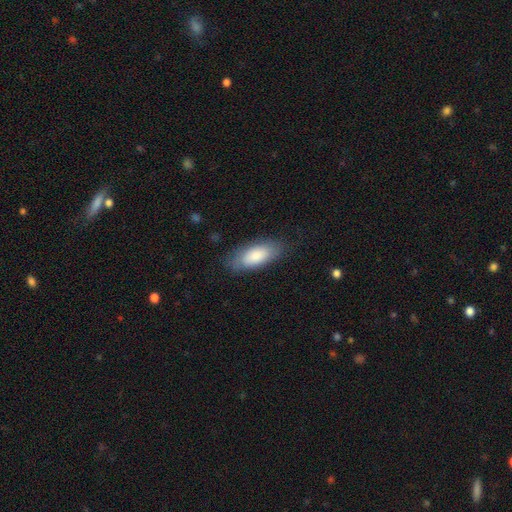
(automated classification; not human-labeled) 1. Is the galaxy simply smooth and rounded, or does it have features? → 82% smooth, 12% featured or disk, 6% star or artifact.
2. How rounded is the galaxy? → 85% in between, 12% cigar-shaped, 2% round.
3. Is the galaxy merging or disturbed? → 75% none, 18% minor disturbance, 6% major disturbance, 1% merger.